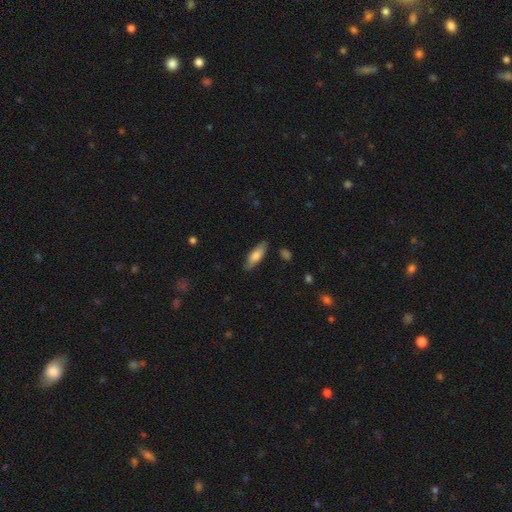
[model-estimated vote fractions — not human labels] smooth_or_featured: smooth (p=0.67) [alt: featured or disk p=0.27]
how_rounded: in between (p=0.53) [alt: cigar-shaped p=0.45]
merging: none (p=0.83) [alt: minor disturbance p=0.13]